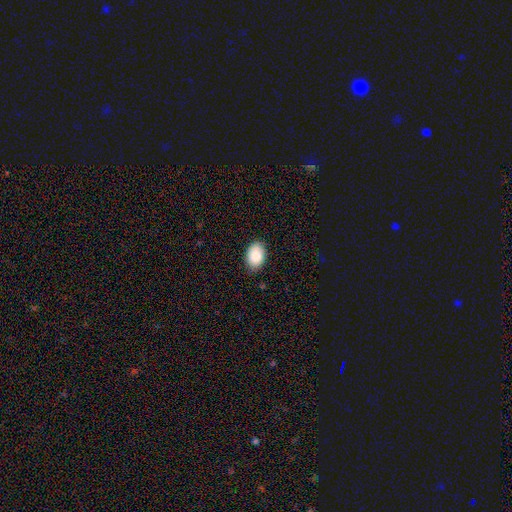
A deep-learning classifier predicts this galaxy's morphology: Smooth or featured?
  - smooth: 87% *
  - star or artifact: 7%
  - featured or disk: 6%
How rounded?
  - in between: 88% *
  - round: 10%
  - cigar-shaped: 1%
Merging?
  - none: 84% *
  - minor disturbance: 13%
  - major disturbance: 2%
  - merger: 1%